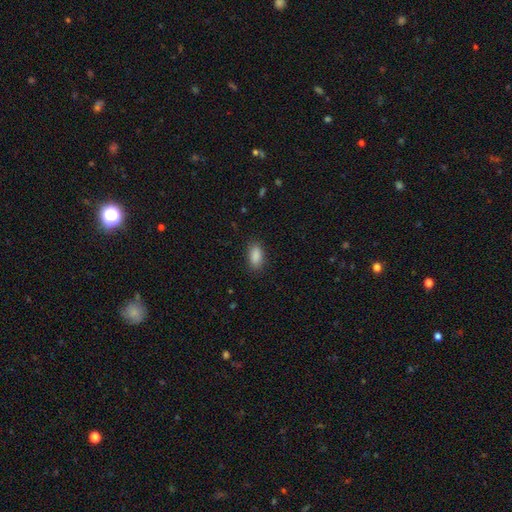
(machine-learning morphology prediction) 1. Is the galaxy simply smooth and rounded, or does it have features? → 89% smooth, 8% star or artifact, 3% featured or disk.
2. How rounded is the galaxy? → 91% in between, 5% cigar-shaped, 4% round.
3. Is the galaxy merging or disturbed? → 87% none, 10% minor disturbance, 3% major disturbance, 1% merger.